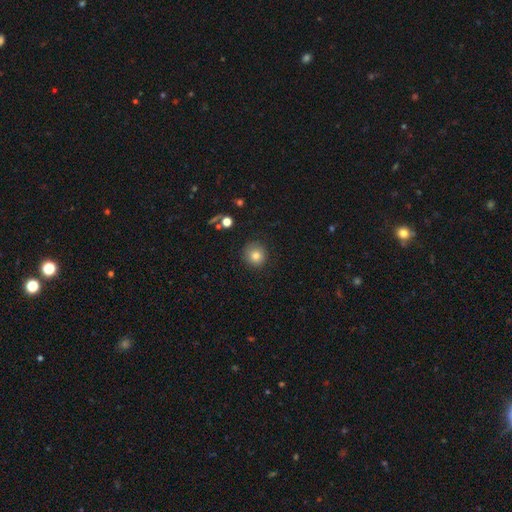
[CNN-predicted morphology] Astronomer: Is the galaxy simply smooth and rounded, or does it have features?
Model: smooth — 79%.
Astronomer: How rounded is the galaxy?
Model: round — 93%.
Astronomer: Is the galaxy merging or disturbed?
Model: none — 86%.